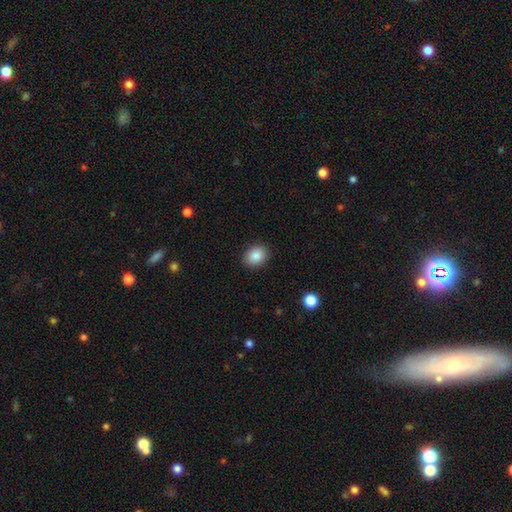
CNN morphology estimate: type=smooth (87%); roundness=in between (59%); merging=none (90%).